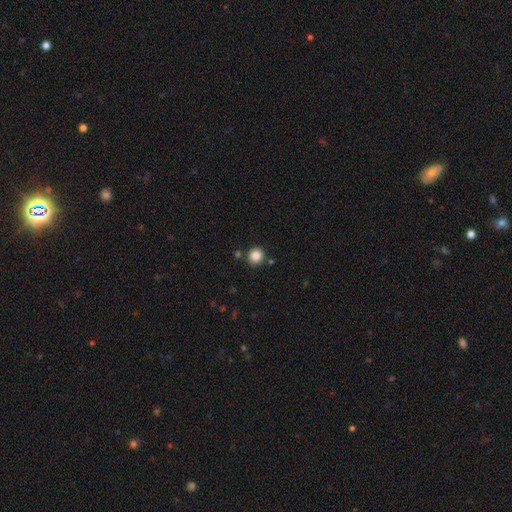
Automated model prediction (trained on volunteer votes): A smooth galaxy with no disk features (86%) that is round (91%). Merging: none (85%).